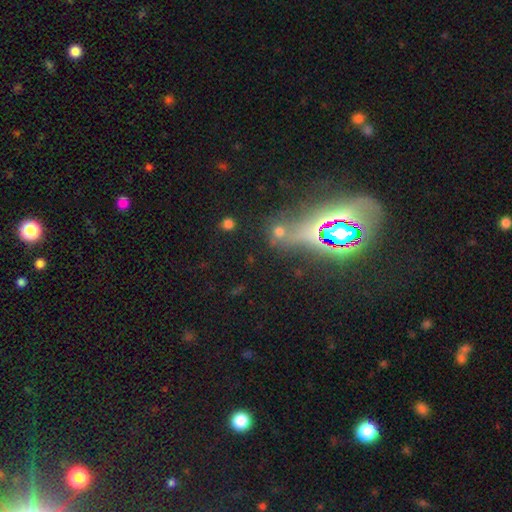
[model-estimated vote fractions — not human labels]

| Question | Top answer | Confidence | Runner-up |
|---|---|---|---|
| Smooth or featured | star or artifact | 73% | smooth (16%) |